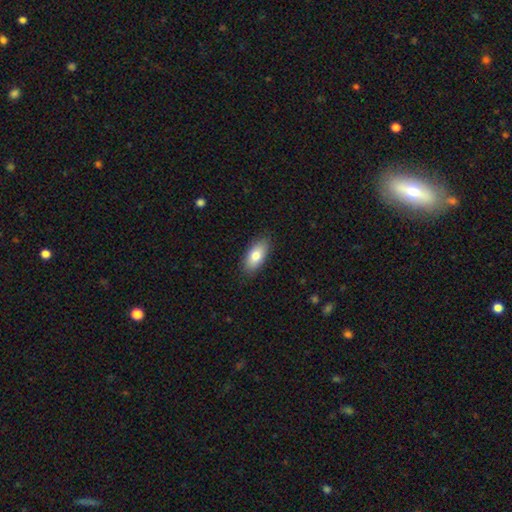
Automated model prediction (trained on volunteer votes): smooth-or-featured: smooth: 80% | featured or disk: 13% | star or artifact: 6%
  how-rounded: in between: 89% | cigar-shaped: 9% | round: 3%
  merging: none: 87% | minor disturbance: 10% | major disturbance: 2% | merger: 1%